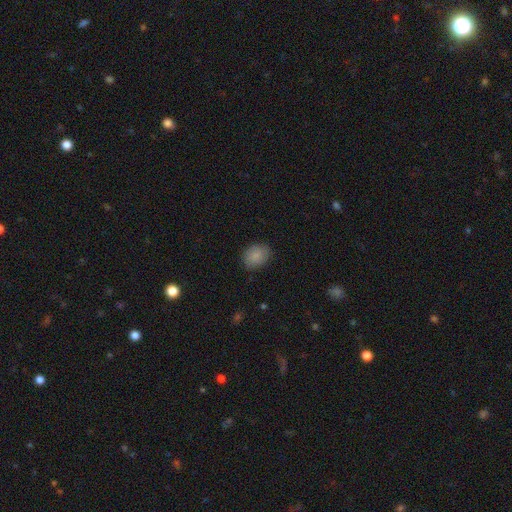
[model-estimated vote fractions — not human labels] This is clearly a smooth galaxy (84%). How rounded: possibly in between (60%). Merging: clearly none (82%).